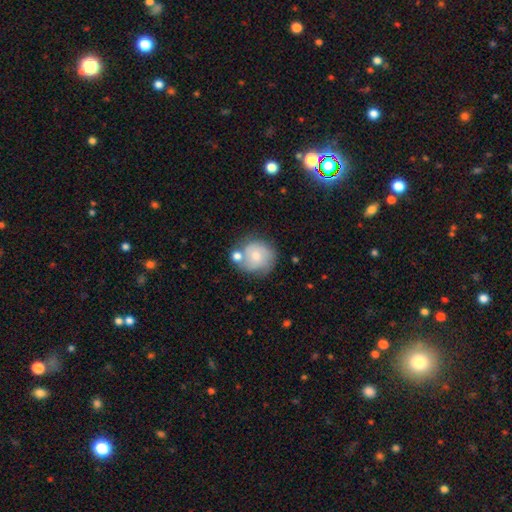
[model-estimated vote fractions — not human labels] This is possibly a smooth galaxy (49%). Merging: possibly none (55%).